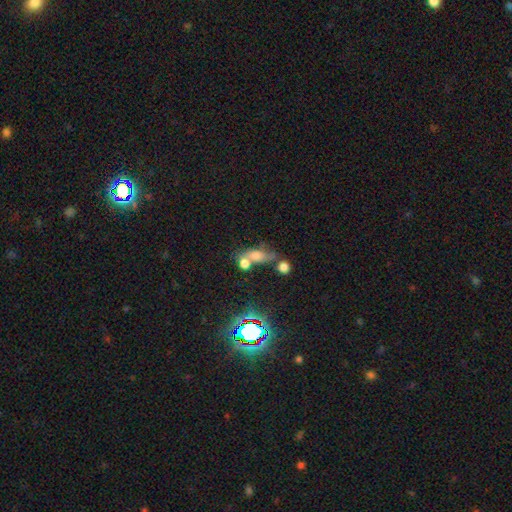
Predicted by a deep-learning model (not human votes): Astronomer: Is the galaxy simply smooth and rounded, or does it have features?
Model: smooth — 60%.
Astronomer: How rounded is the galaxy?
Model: in between — 64%.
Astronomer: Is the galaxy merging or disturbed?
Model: merger — 42% (runner-up: none, 29%).